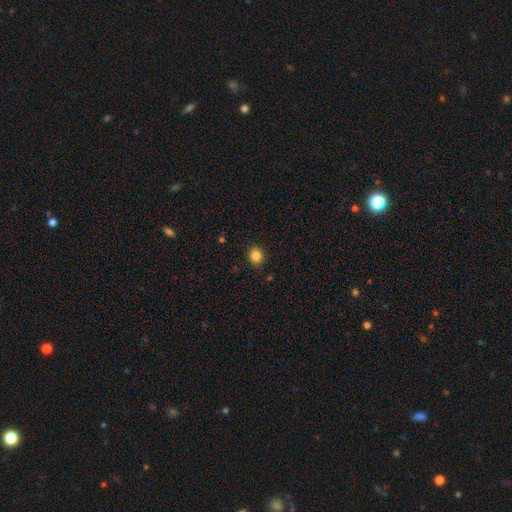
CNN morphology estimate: type=smooth (85%); roundness=round (63%); merging=none (89%).